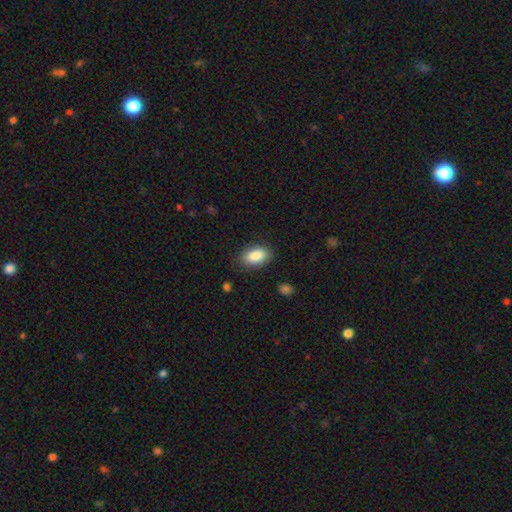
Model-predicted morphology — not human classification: Smooth or featured?
  - smooth: 88% *
  - star or artifact: 7%
  - featured or disk: 6%
How rounded?
  - in between: 91% *
  - round: 7%
  - cigar-shaped: 2%
Merging?
  - none: 84% *
  - minor disturbance: 11%
  - major disturbance: 3%
  - merger: 1%